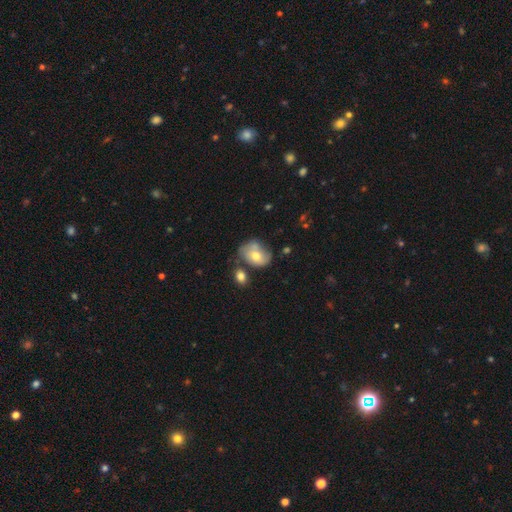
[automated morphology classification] This appears to be a smooth galaxy with no disk features (58%) that is in between round and cigar-shaped (67%). Merging: none (43%).